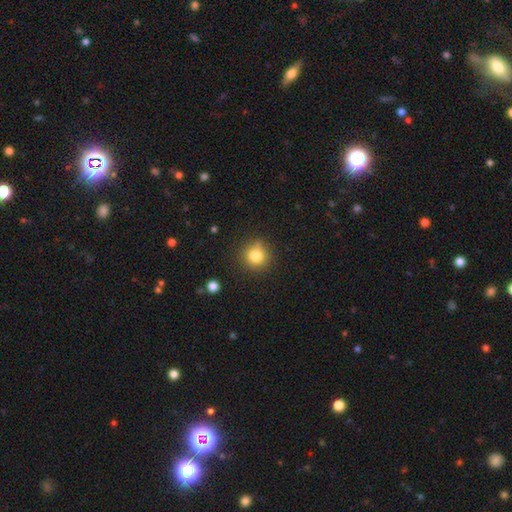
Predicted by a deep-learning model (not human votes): smooth-or-featured: smooth: 80% | star or artifact: 12% | featured or disk: 7%
  how-rounded: round: 92% | in between: 7% | cigar-shaped: 1%
  merging: none: 81% | minor disturbance: 12% | merger: 4% | major disturbance: 3%